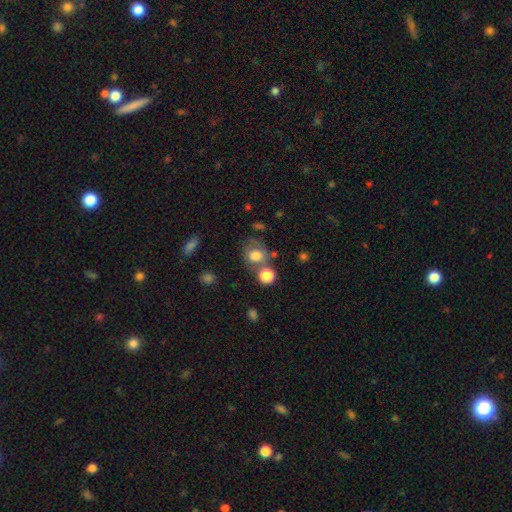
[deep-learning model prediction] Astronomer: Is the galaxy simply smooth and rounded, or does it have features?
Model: smooth — 73%.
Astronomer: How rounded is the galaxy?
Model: round — 66%.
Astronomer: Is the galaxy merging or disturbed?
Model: none — 50%.